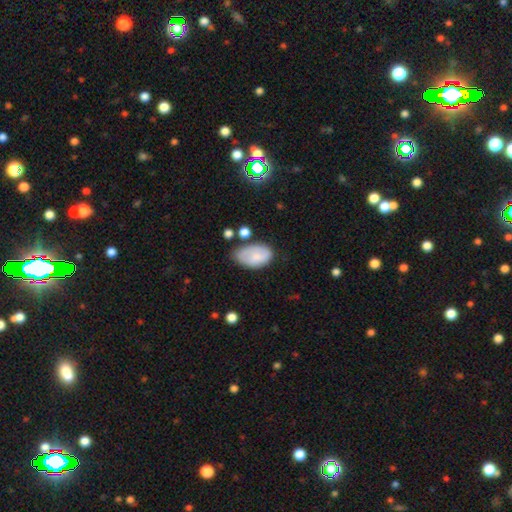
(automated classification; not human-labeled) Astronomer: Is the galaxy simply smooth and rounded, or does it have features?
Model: smooth — 77%.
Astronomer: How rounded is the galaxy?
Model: in between — 93%.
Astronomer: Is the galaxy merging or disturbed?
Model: none — 49% (runner-up: minor disturbance, 34%).